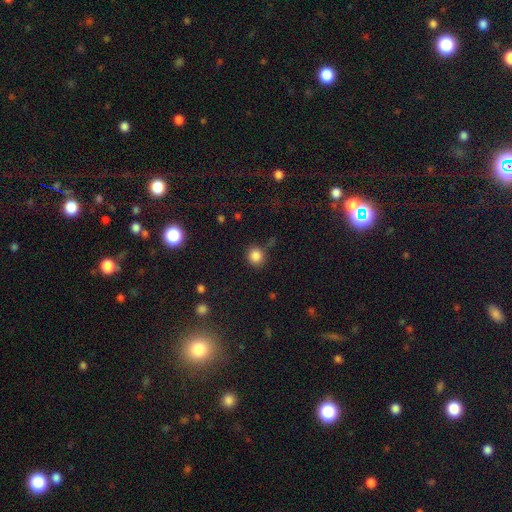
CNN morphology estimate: The model was most divided on "merging": none: 79%, minor disturbance: 12%, merger: 5%, major disturbance: 4%. More confident: how rounded — round (88%); smooth or featured — smooth (85%).